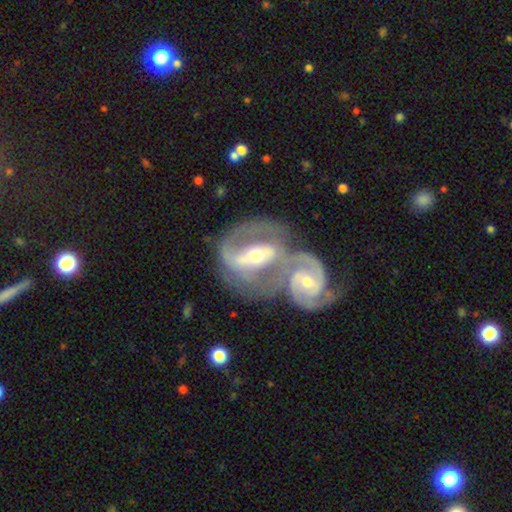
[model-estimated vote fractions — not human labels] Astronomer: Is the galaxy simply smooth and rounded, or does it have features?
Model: featured or disk — 89%.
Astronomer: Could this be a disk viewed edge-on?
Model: no — 96%.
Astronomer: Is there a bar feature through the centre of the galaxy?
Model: strong — 56% (runner-up: weak, 32%).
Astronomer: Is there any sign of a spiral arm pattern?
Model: yes — 94%.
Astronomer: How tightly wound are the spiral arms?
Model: medium — 55% (runner-up: tight, 32%).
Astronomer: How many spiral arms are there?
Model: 2 — 83%.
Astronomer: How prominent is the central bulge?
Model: moderate — 55% (runner-up: small, 40%).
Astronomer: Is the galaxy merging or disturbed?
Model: merger — 73%.